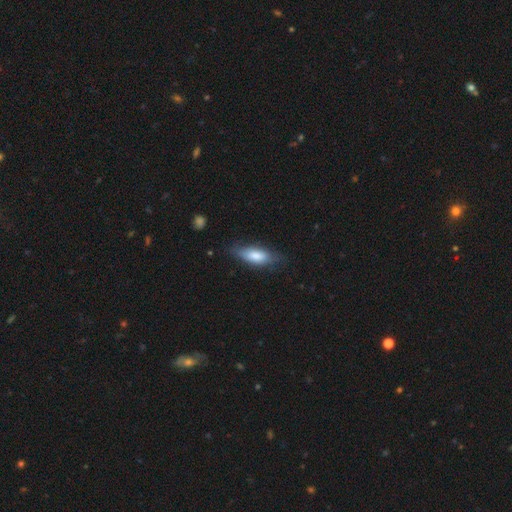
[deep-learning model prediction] smooth 76%, featured or disk 18%, star or artifact 6%. Down the decision tree: how rounded — in between (68%); merging — none (73%).